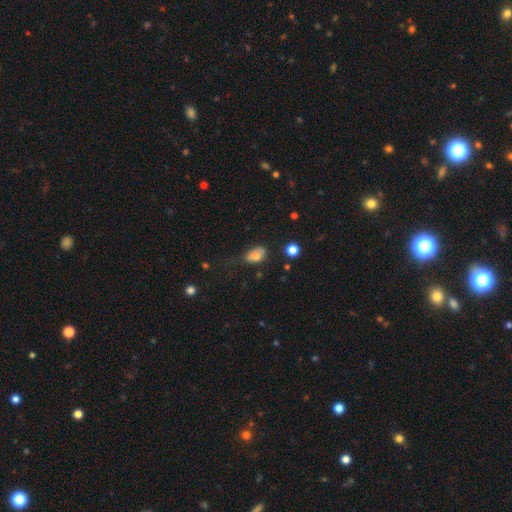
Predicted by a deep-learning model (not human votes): This appears to be a smooth galaxy with no disk features (77%) that is in between round and cigar-shaped (86%). Merging: none (43%).